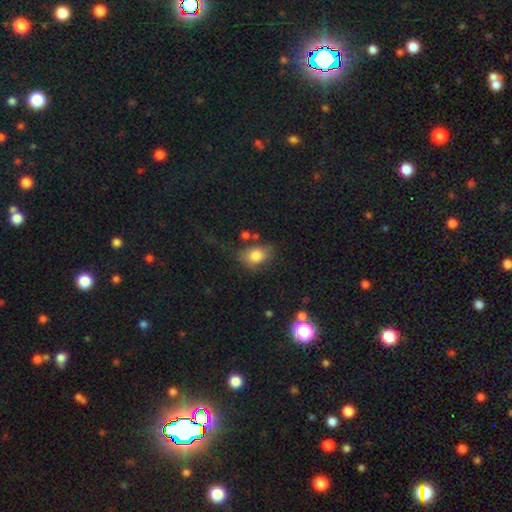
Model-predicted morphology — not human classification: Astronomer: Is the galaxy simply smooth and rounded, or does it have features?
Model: smooth — 80%.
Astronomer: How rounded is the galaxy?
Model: in between — 70%.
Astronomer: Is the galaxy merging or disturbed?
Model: none — 58%.